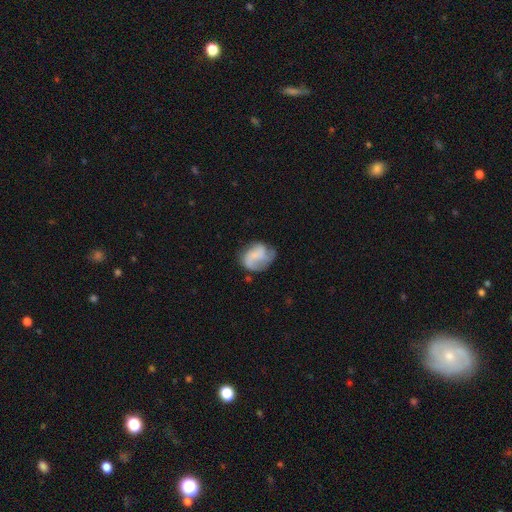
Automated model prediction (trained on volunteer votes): A featured or disk galaxy (48%). Merging: none (48%).